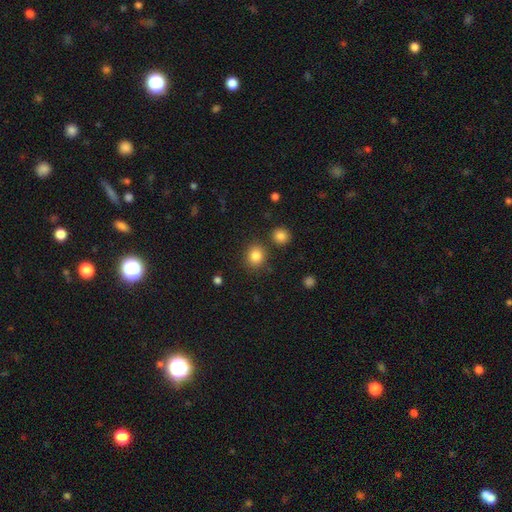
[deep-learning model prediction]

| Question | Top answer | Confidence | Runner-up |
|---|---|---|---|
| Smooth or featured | smooth | 84% | star or artifact (11%) |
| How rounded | round | 79% | in between (20%) |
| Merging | none | 82% | minor disturbance (8%) |